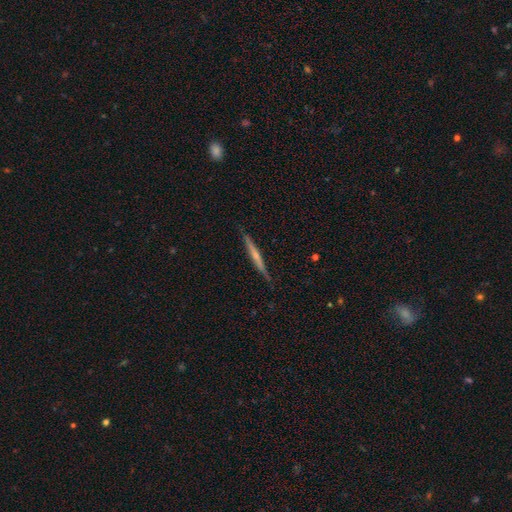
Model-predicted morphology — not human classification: This is possibly a featured or disk galaxy (59%). It is clearly viewed edge-on (97%). Edge-on bulge: possibly none (52%). Merging: clearly none (87%).